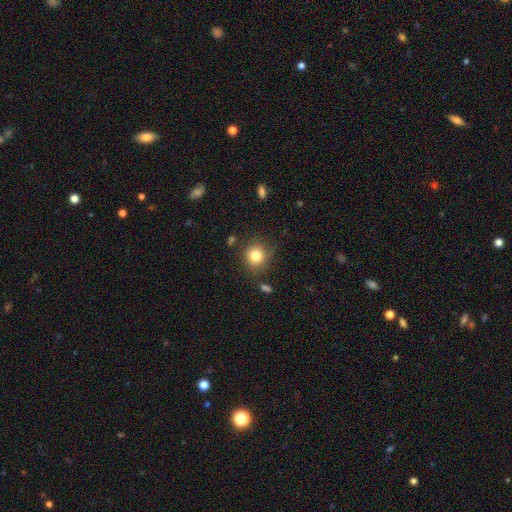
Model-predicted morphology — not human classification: Q: Smooth or featured?
A: smooth (81%); runner-up: star or artifact (12%)
Q: How rounded?
A: round (89%); runner-up: in between (10%)
Q: Merging?
A: none (78%); runner-up: minor disturbance (14%)